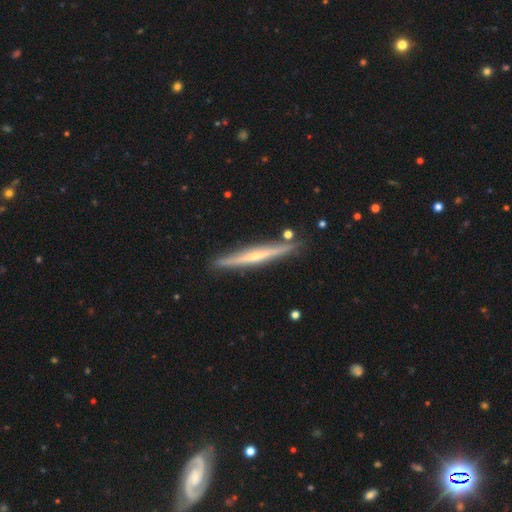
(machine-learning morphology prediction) Smooth or featured? Predicted: featured or disk (p=0.70). Edge-on disk? Predicted: yes (p=0.97). Edge-on bulge? Predicted: rounded (p=0.56). Merging? Predicted: none (p=0.87).